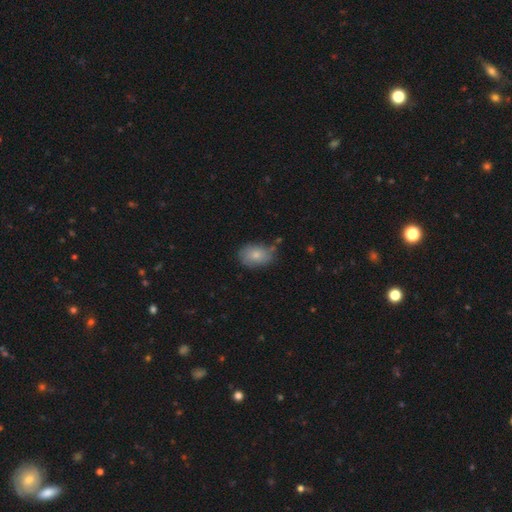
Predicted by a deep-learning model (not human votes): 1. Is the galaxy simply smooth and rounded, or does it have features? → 72% smooth, 20% featured or disk, 8% star or artifact.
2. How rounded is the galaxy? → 80% in between, 18% round, 1% cigar-shaped.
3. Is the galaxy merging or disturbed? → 64% none, 27% minor disturbance, 6% major disturbance, 4% merger.